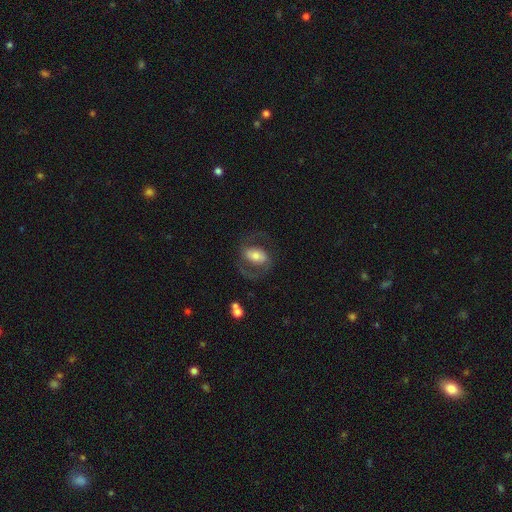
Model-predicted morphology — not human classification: featured or disk 58%, smooth 35%, star or artifact 7%. Down the decision tree: edge-on disk — no (95%); bar — no (35%); spiral arms — yes (72%); bulge size — moderate (52%); merging — none (61%).